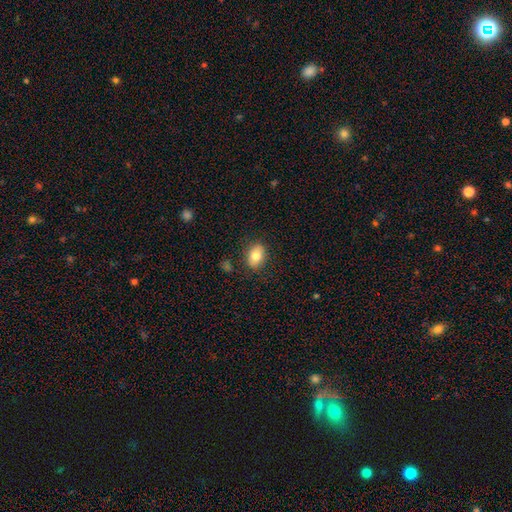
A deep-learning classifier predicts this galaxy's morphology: The model was most divided on "how rounded": in between: 80%, round: 19%, cigar-shaped: 2%. More confident: merging — none (85%); smooth or featured — smooth (82%).